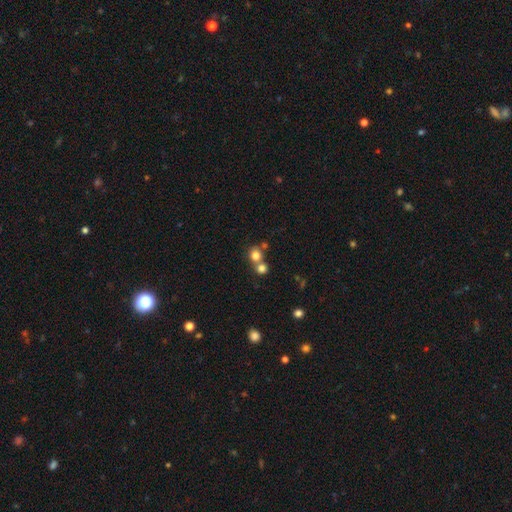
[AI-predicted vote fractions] smooth_or_featured: smooth (p=0.79) [alt: star or artifact p=0.13]
how_rounded: round (p=0.85) [alt: in between p=0.14]
merging: none (p=0.49) [alt: merger p=0.42]